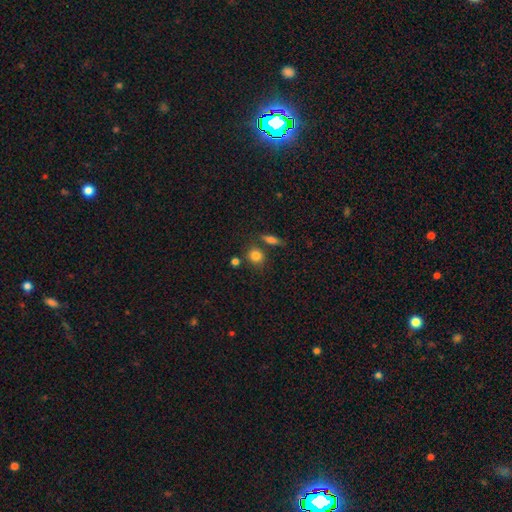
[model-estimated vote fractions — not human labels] Morphology: type=smooth (83%); roundness=round (76%); merging=none (72%).